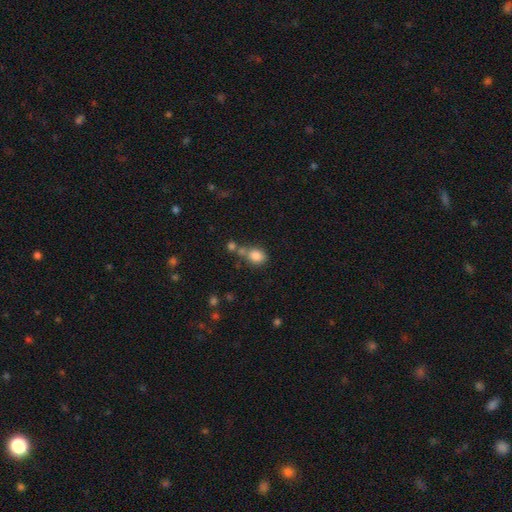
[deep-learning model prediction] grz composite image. It shows a smooth galaxy with no disk features (83%) that is in between round and cigar-shaped (54%). Merging: none (48%).